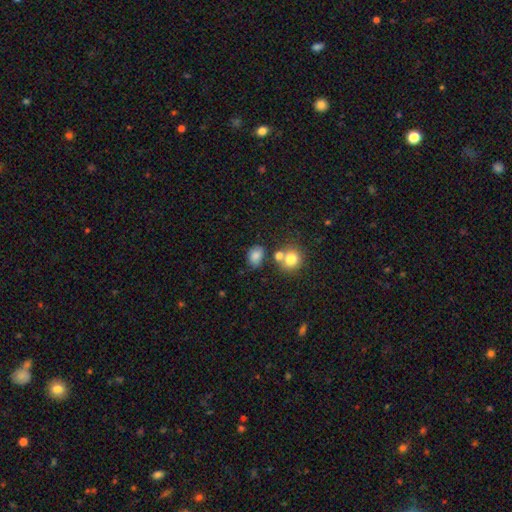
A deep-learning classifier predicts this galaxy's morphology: Overall: smooth (80%). How rounded: in between (65%; round 34%). Merging: none (59%).